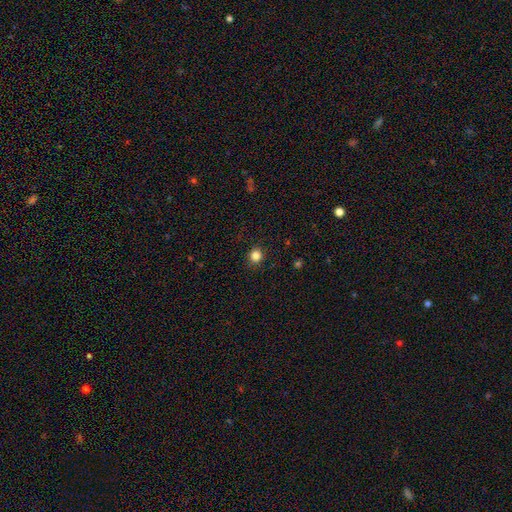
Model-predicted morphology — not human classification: A smooth galaxy with no disk features (84%) that is round (90%). Merging: none (90%).